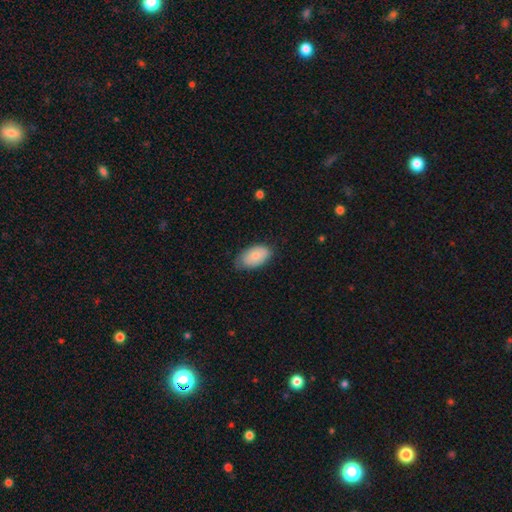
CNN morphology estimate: smooth-or-featured: smooth: 80% | featured or disk: 14% | star or artifact: 6%
  how-rounded: in between: 94% | round: 5% | cigar-shaped: 2%
  merging: none: 69% | minor disturbance: 25% | major disturbance: 4% | merger: 1%